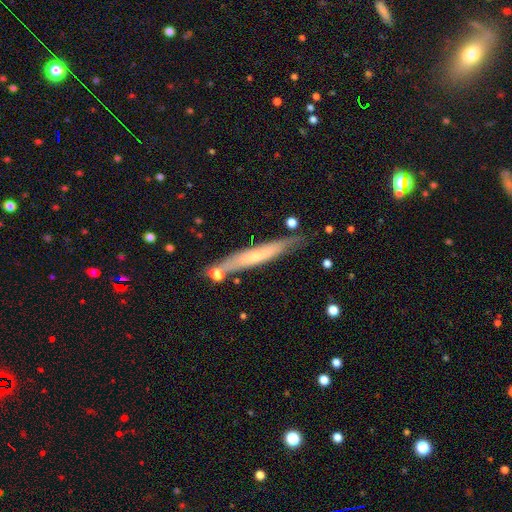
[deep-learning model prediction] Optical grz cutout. It shows a featured or disk galaxy (49%). Merging: none (76%).